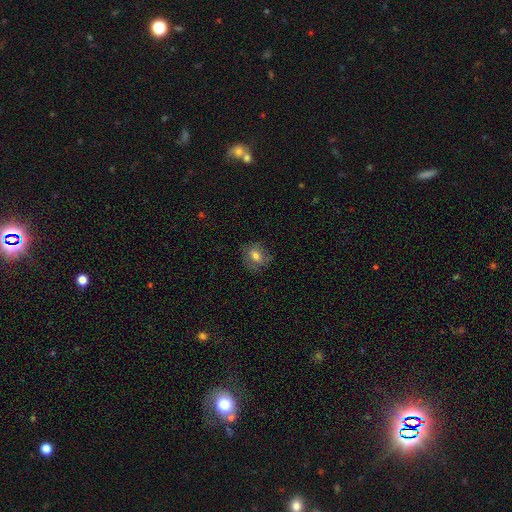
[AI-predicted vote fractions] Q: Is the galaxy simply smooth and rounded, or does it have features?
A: smooth — 68%.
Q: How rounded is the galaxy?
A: round — 55%.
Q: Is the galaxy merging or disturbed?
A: none — 73%.